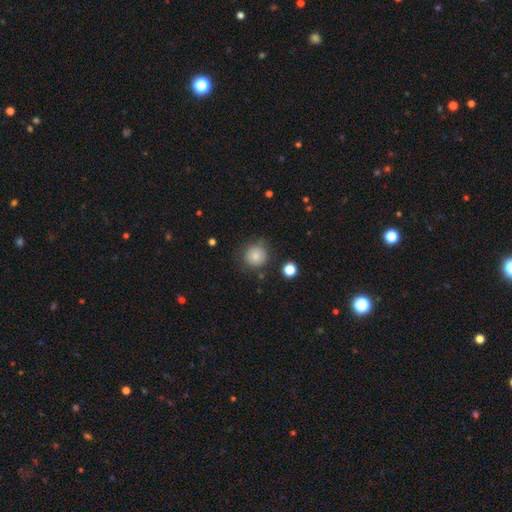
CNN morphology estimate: Overall: smooth (80%). How rounded: round (91%). Merging: none (77%).